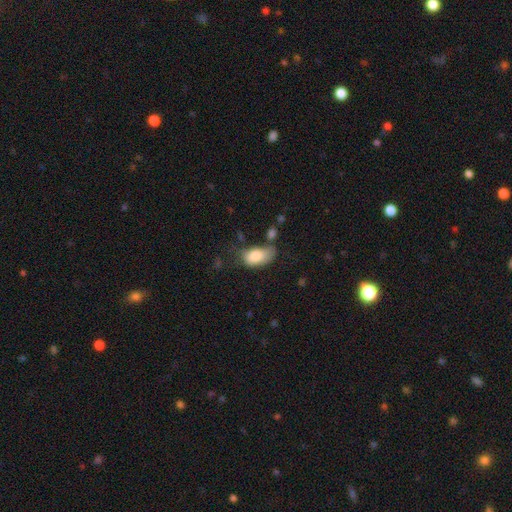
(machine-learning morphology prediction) This is likely a smooth galaxy (80%). How rounded: clearly in between (92%). Merging: marginally none (36%).